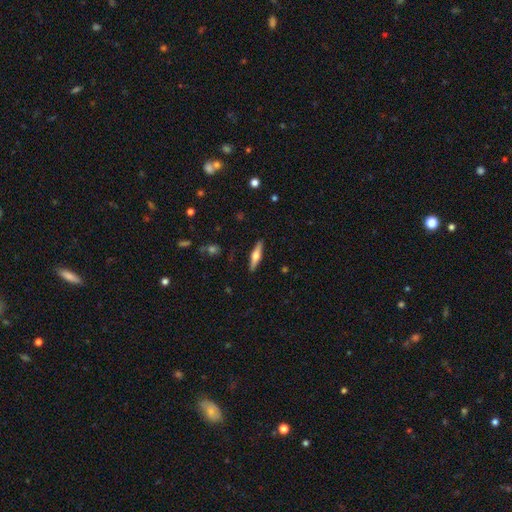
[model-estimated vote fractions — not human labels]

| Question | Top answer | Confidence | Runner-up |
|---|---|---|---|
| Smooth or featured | featured or disk | 57% | smooth (37%) |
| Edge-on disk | yes | 95% | no (5%) |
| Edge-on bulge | rounded | 93% | boxy (5%) |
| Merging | none | 90% | minor disturbance (7%) |